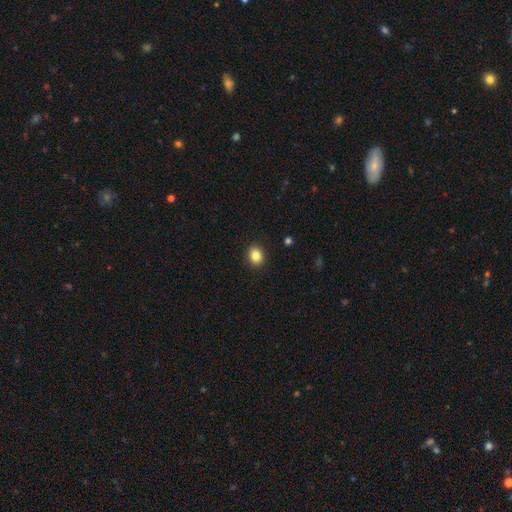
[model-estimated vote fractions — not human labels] smooth_or_featured: smooth (p=0.84) [alt: star or artifact p=0.10]
how_rounded: round (p=0.61) [alt: in between p=0.38]
merging: none (p=0.91) [alt: minor disturbance p=0.06]